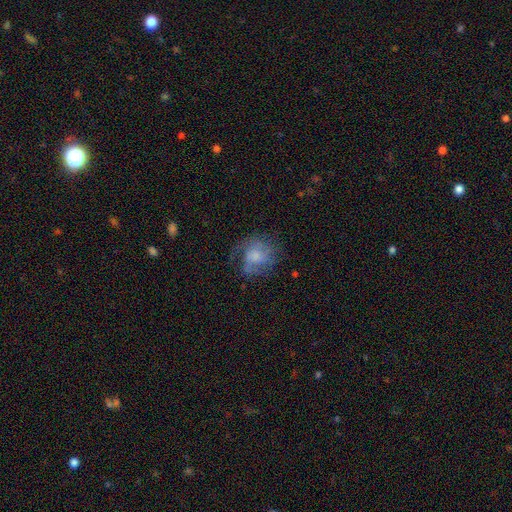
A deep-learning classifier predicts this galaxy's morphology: Q: Smooth or featured?
A: featured or disk (52%); runner-up: smooth (38%)
Q: Edge-on disk?
A: no (98%); runner-up: yes (2%)
Q: Bar?
A: no (76%); runner-up: weak (21%)
Q: Spiral arms?
A: yes (74%); runner-up: no (26%)
Q: Bulge size?
A: moderate (33%); tied with: small (33%)
Q: Merging?
A: none (53%); runner-up: major disturbance (24%)